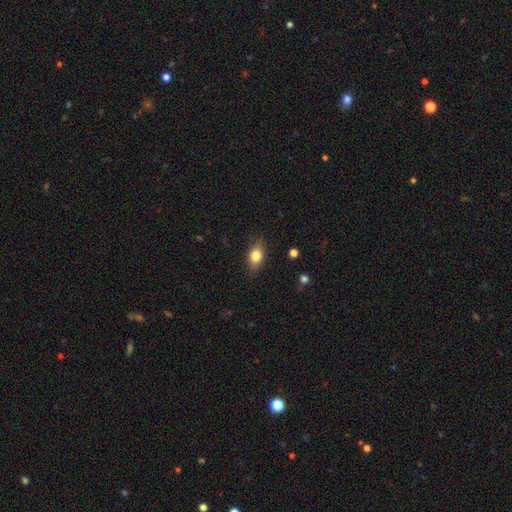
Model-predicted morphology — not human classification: The model was most divided on "how rounded": in between: 80%, round: 16%, cigar-shaped: 5%. More confident: merging — none (83%); smooth or featured — smooth (79%).